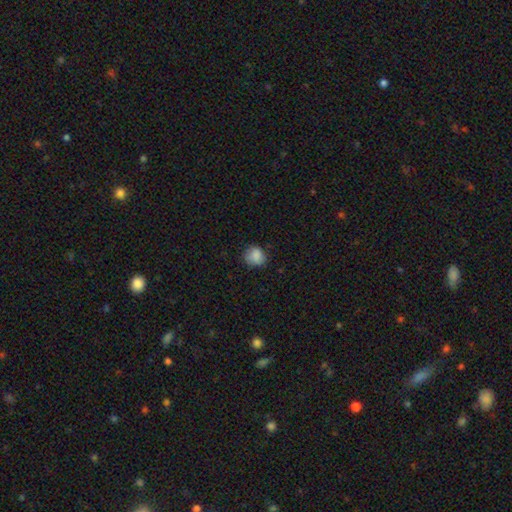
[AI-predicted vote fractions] The model was most divided on "how rounded": round: 77%, in between: 22%, cigar-shaped: 1%. More confident: smooth or featured — smooth (86%); merging — none (76%).